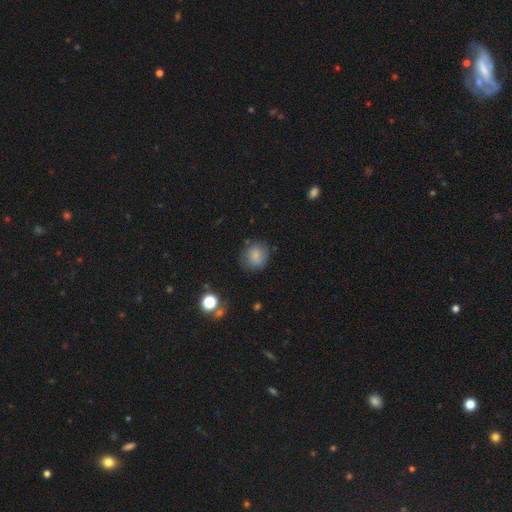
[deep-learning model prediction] This is likely a smooth galaxy (77%). How rounded: clearly round (80%). Merging: likely none (71%).